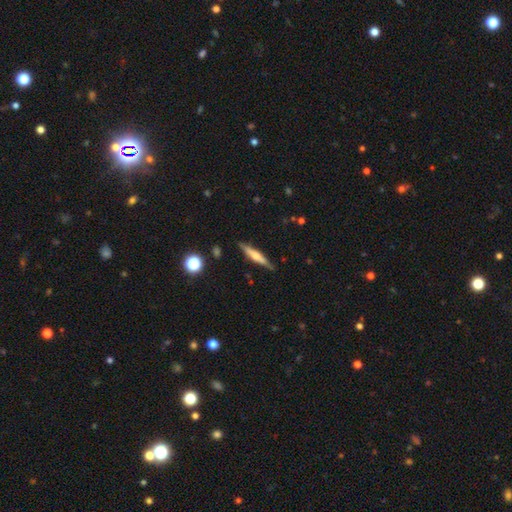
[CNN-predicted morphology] This is possibly a featured or disk galaxy (51%). It is clearly viewed edge-on (96%). Merging: clearly none (87%).